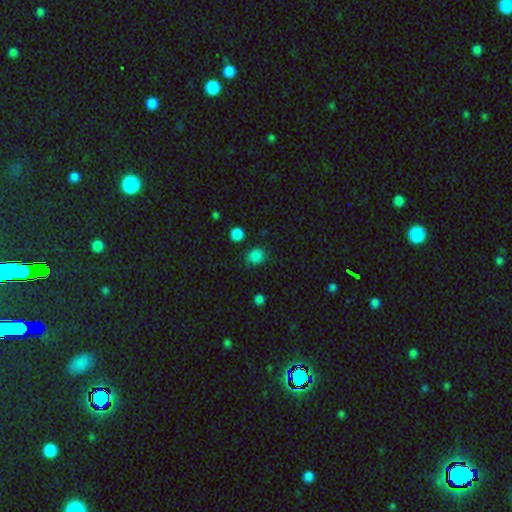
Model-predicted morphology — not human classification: smooth_or_featured: smooth (p=0.83) [alt: star or artifact p=0.14]
how_rounded: round (p=0.83) [alt: in between p=0.16]
merging: none (p=0.82) [alt: minor disturbance p=0.12]